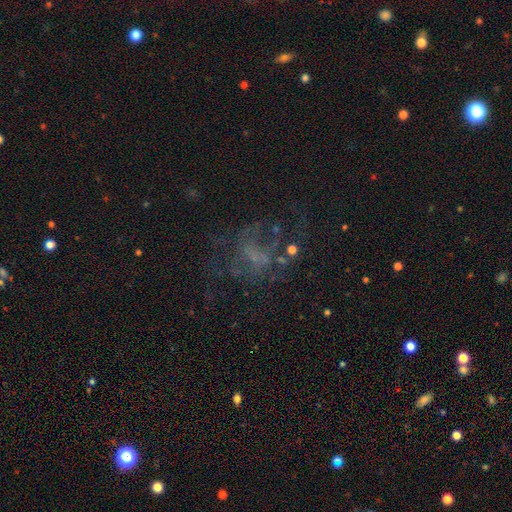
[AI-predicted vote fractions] Q: Smooth or featured?
A: featured or disk (52%); runner-up: star or artifact (27%)
Q: Edge-on disk?
A: no (97%); runner-up: yes (3%)
Q: Bar?
A: no (75%); runner-up: weak (19%)
Q: Spiral arms?
A: no (72%); runner-up: yes (28%)
Q: Bulge size?
A: none (67%); runner-up: small (20%)
Q: Merging?
A: none (44%); runner-up: major disturbance (36%)